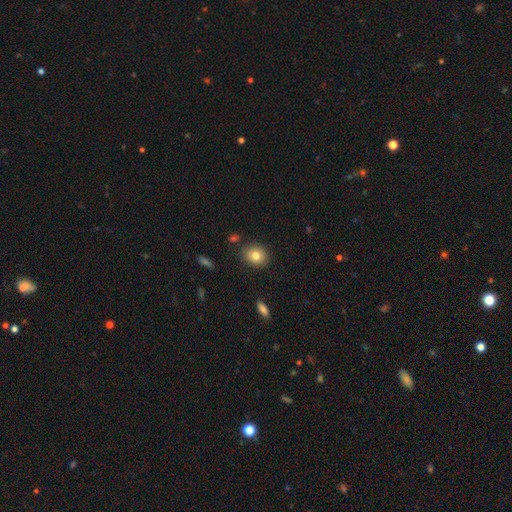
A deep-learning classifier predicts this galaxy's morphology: type=smooth (80%); roundness=round (61%); merging=none (85%).